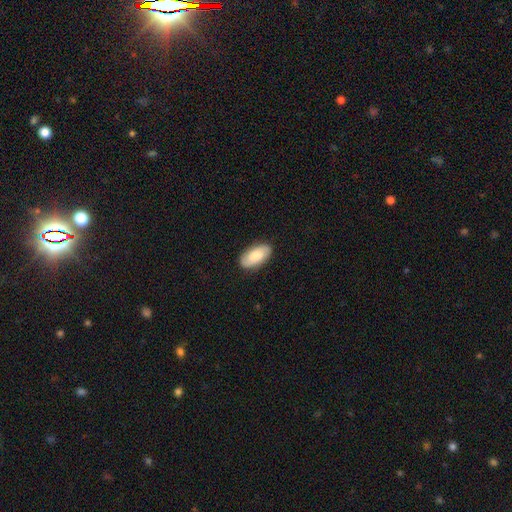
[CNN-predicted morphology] A smooth galaxy with no disk features (75%) that is in between round and cigar-shaped (94%).

Vote fractions:
- Smooth or featured? smooth: 75% / featured or disk: 19% / star or artifact: 6%
- How rounded? in between: 94% / cigar-shaped: 4% / round: 3%
- Merging? none: 86% / minor disturbance: 11% / major disturbance: 2% / merger: 1%